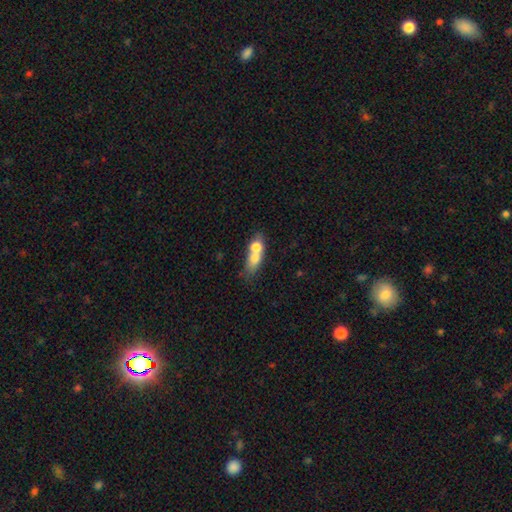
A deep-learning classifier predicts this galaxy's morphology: Q: Smooth or featured?
A: smooth (64%); runner-up: featured or disk (27%)
Q: How rounded?
A: in between (58%); runner-up: cigar-shaped (21%)
Q: Merging?
A: merger (61%); runner-up: none (25%)